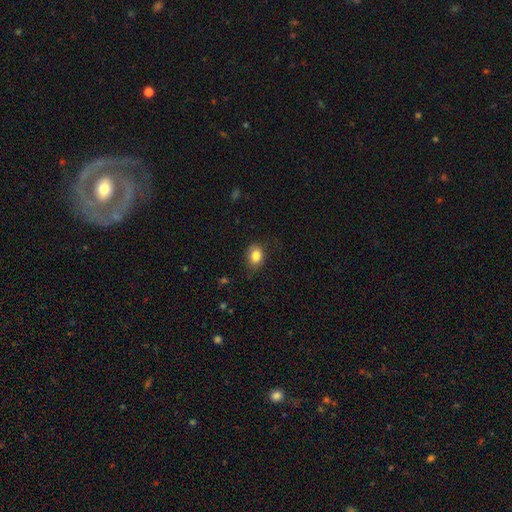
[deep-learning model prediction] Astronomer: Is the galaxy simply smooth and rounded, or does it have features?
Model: smooth — 84%.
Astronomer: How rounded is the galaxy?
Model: in between — 61% (runner-up: round, 38%).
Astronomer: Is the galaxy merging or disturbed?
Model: none — 75%.